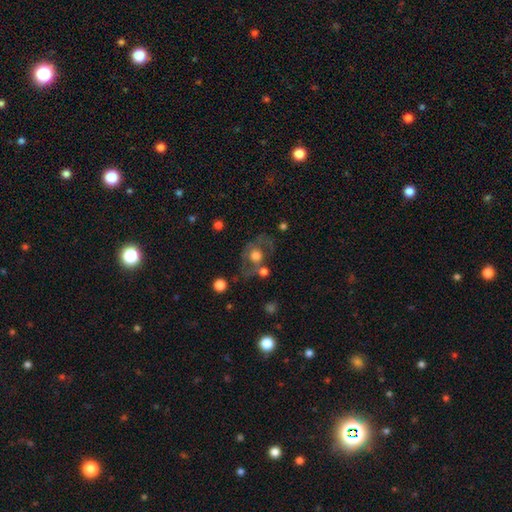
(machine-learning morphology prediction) smooth-or-featured: smooth: 50% | featured or disk: 39% | star or artifact: 10%
  how-rounded: round: 69% | in between: 30% | cigar-shaped: 1%
  merging: none: 50% | merger: 18% | minor disturbance: 18% | major disturbance: 14%